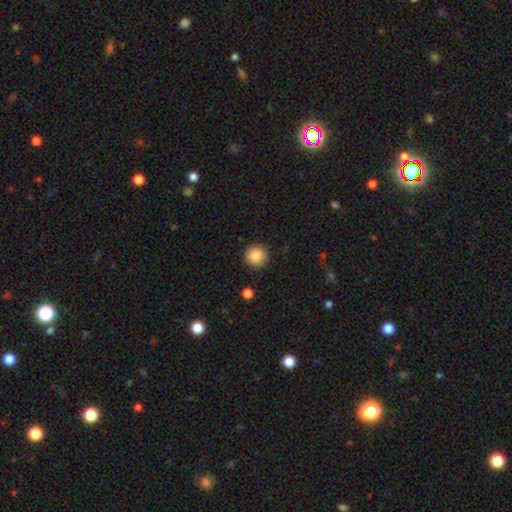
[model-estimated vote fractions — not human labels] smooth-or-featured: smooth: 88% | star or artifact: 9% | featured or disk: 3%
  how-rounded: round: 94% | in between: 5% | cigar-shaped: 1%
  merging: none: 90% | minor disturbance: 6% | major disturbance: 2% | merger: 1%